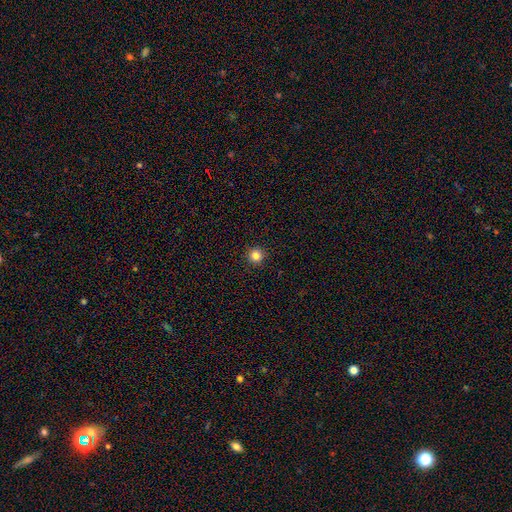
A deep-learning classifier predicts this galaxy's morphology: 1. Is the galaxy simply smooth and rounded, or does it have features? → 83% smooth, 12% star or artifact, 4% featured or disk.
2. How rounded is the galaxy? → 96% round, 3% in between, 1% cigar-shaped.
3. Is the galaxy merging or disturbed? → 94% none, 4% minor disturbance, 1% major disturbance, 1% merger.